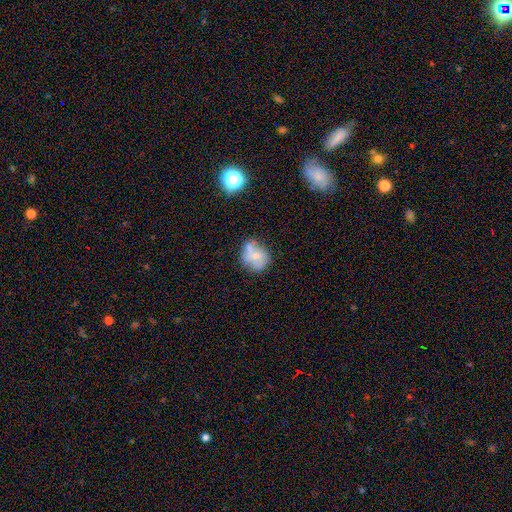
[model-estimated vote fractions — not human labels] smooth 56%, featured or disk 33%, star or artifact 11%. Down the decision tree: how rounded — round (67%); merging — none (45%).